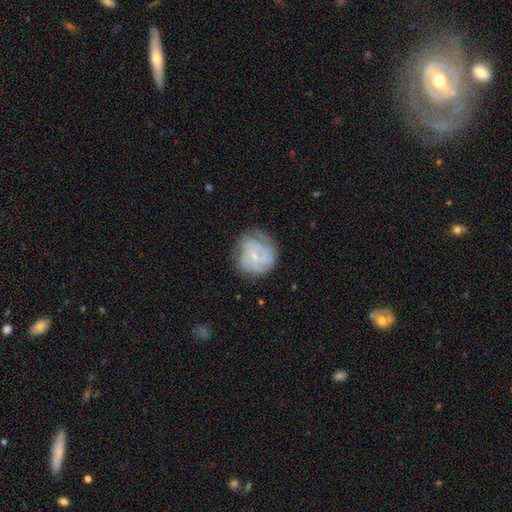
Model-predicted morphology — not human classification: A featured or disk galaxy (68%) with no bar (64%), tight (55%) spiral arms (83%) and a small central bulge (73%).

Vote fractions:
- Smooth or featured? featured or disk: 68% / smooth: 25% / star or artifact: 8%
- Edge-on disk? no: 98% / yes: 2%
- Bar? no: 64% / weak: 32% / strong: 5%
- Spiral arms? yes: 83% / no: 17%
- Spiral winding? tight: 55% / medium: 33% / loose: 12%
- Spiral arm count? can't tell: 42% / 3: 20% / 2: 15% / 4: 12% / 1: 5% / more than 4: 5%
- Bulge size? small: 73% / moderate: 15% / none: 10% / large: 1% / dominant: 1%
- Merging? none: 65% / minor disturbance: 22% / major disturbance: 11% / merger: 2%